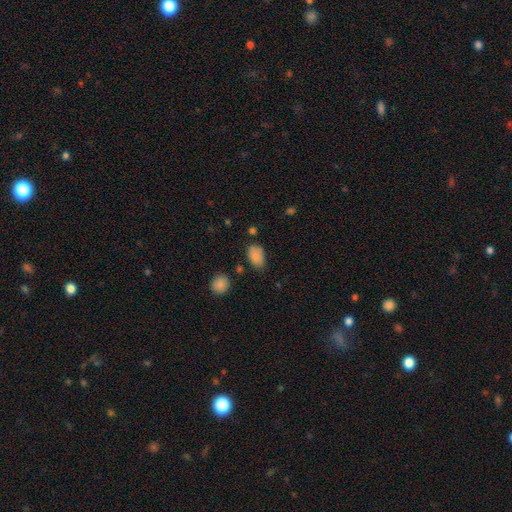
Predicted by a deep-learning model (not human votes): smooth_or_featured: smooth (p=0.84) [alt: star or artifact p=0.08]
how_rounded: in between (p=0.88) [alt: round p=0.10]
merging: none (p=0.69) [alt: minor disturbance p=0.22]